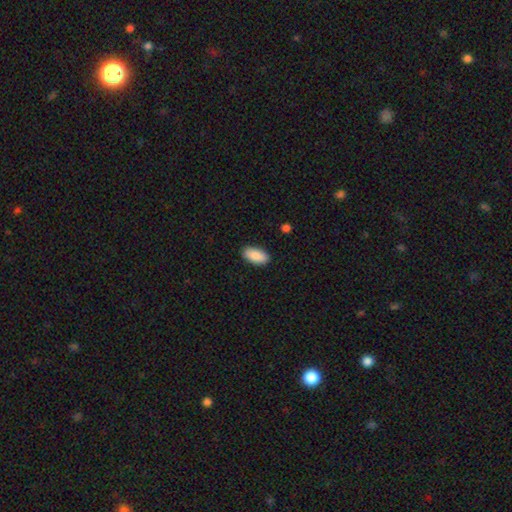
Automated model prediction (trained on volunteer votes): Q: Smooth or featured?
A: smooth (88%); runner-up: star or artifact (6%)
Q: How rounded?
A: in between (92%); runner-up: cigar-shaped (5%)
Q: Merging?
A: none (89%); runner-up: minor disturbance (8%)